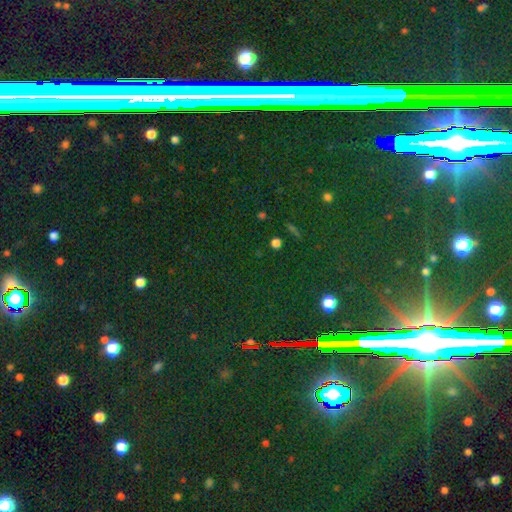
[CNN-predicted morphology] This appears to be a star or artifact, not a galaxy (81%).